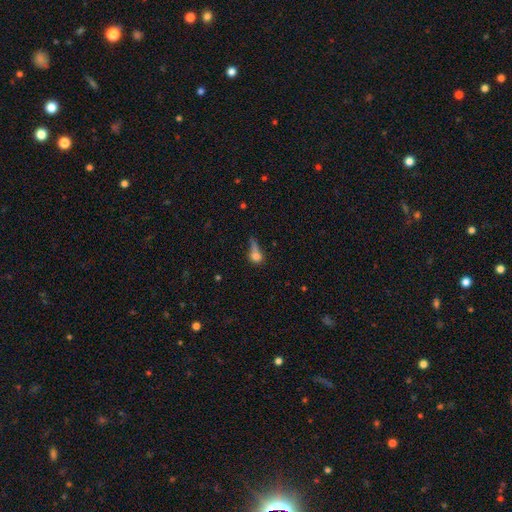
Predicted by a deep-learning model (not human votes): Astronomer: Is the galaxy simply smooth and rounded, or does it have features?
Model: smooth — 69%.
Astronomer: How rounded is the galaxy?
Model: round — 49% (runner-up: in between, 39%).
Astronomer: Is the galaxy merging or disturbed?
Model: major disturbance — 34% (runner-up: none, 29%).